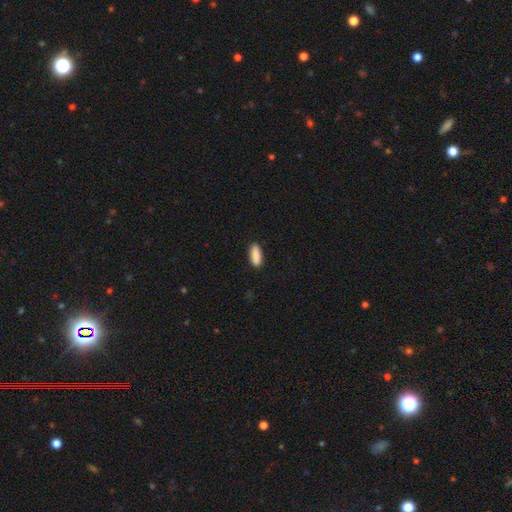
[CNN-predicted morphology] Q: Smooth or featured?
A: smooth (90%); runner-up: star or artifact (6%)
Q: How rounded?
A: in between (72%); runner-up: cigar-shaped (26%)
Q: Merging?
A: none (88%); runner-up: minor disturbance (9%)